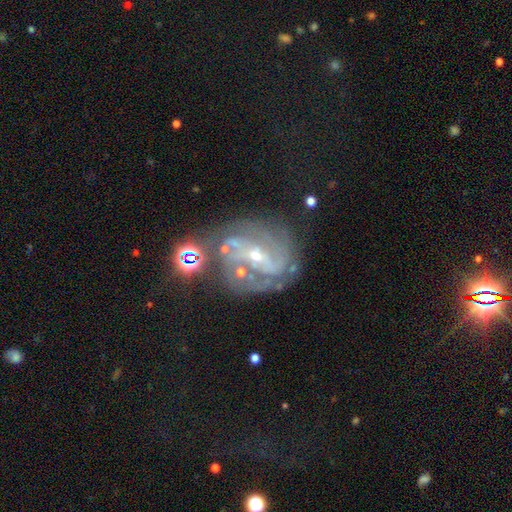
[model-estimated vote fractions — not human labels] Overall: featured or disk (83%). Edge-on disk: no (96%). Bar: weak (39%; strong 38%). Spiral arms: yes (92%). Spiral arm count: 2 (34%; can't tell 29%). Spiral winding: tight (50%; medium 37%). Bulge size: small (72%). Merging: none (60%).